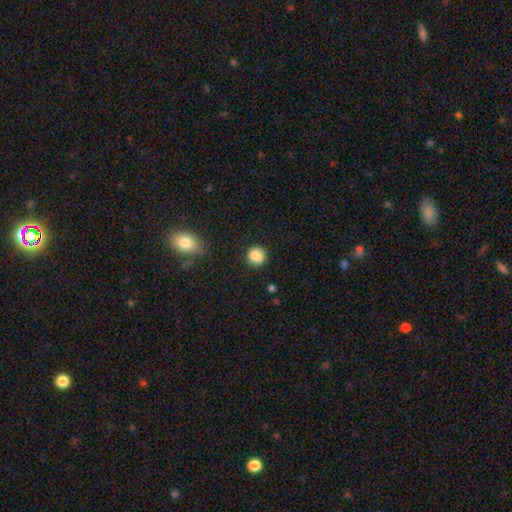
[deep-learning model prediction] This appears to be a smooth galaxy with no disk features (86%) that is round (87%). Merging: none (82%).